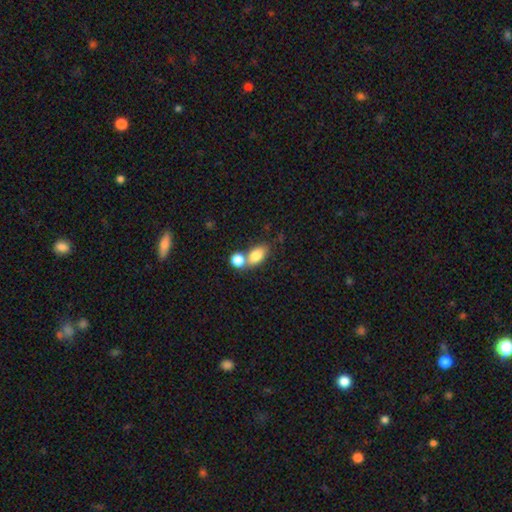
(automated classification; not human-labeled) Q: Smooth or featured?
A: smooth (80%); runner-up: featured or disk (11%)
Q: How rounded?
A: in between (81%); runner-up: round (16%)
Q: Merging?
A: merger (46%); runner-up: none (41%)